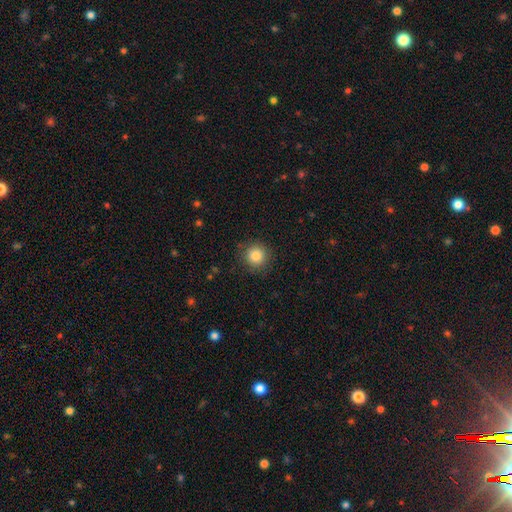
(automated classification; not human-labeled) Smooth or featured? Predicted: smooth (p=0.85). How rounded? Predicted: round (p=0.94). Merging? Predicted: none (p=0.88).